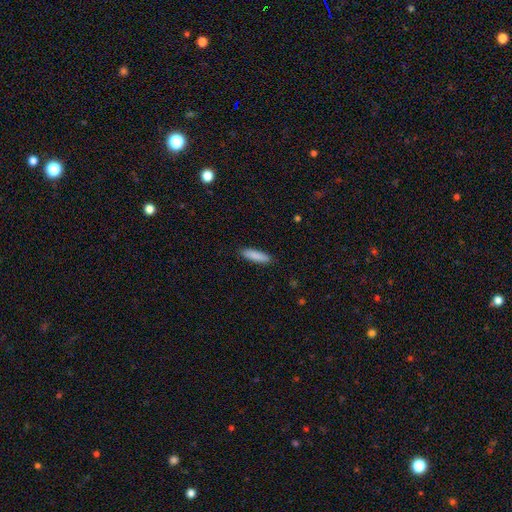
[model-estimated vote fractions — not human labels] This is clearly a smooth galaxy (88%). How rounded: likely cigar-shaped (67%). Merging: clearly none (90%).